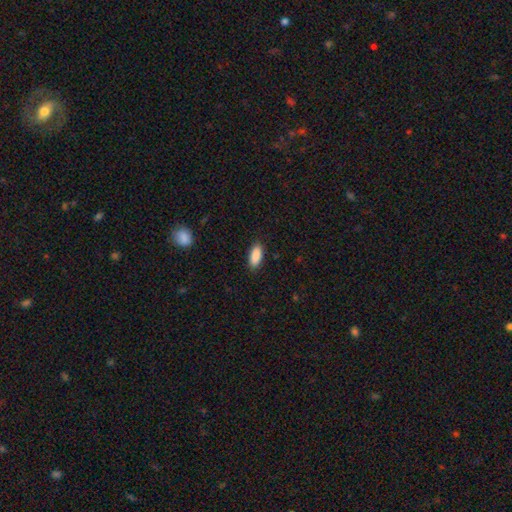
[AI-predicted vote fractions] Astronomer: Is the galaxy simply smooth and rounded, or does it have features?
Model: smooth — 90%.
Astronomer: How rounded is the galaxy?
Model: in between — 85%.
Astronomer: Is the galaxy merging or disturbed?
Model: none — 88%.